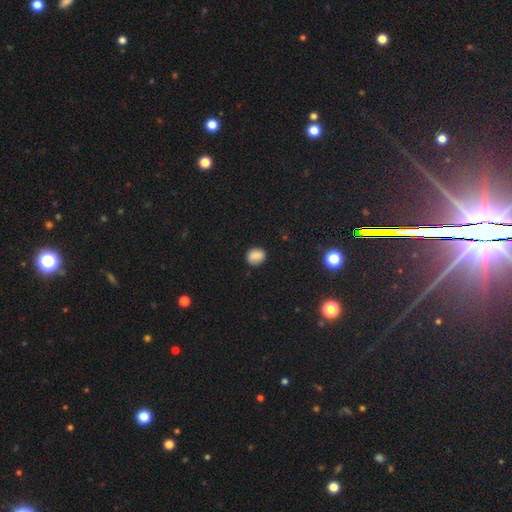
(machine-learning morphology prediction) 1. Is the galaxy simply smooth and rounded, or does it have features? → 84% smooth, 11% star or artifact, 6% featured or disk.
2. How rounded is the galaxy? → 64% round, 35% in between, 1% cigar-shaped.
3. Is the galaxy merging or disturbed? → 83% none, 13% minor disturbance, 3% major disturbance, 1% merger.